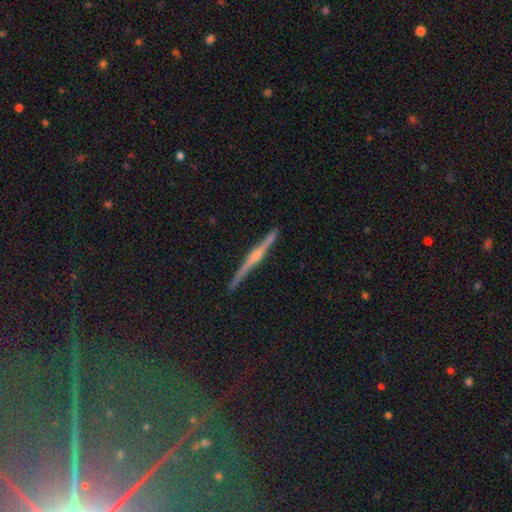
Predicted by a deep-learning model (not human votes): Smooth or featured?
  - featured or disk: 82% *
  - smooth: 9%
  - star or artifact: 9%
Edge-on disk?
  - yes: 98% *
  - no: 2%
Edge-on bulge?
  - rounded: 83% *
  - none: 9%
  - boxy: 8%
Merging?
  - none: 91% *
  - minor disturbance: 6%
  - major disturbance: 1%
  - merger: 1%